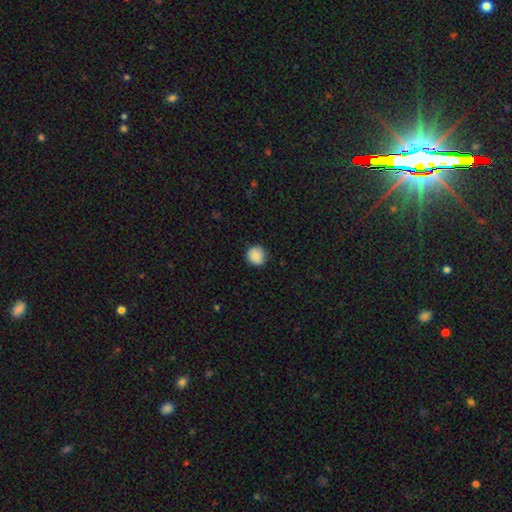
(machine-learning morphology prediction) Smooth or featured? Predicted: smooth (p=0.86). How rounded? Predicted: round (p=0.93). Merging? Predicted: none (p=0.86).